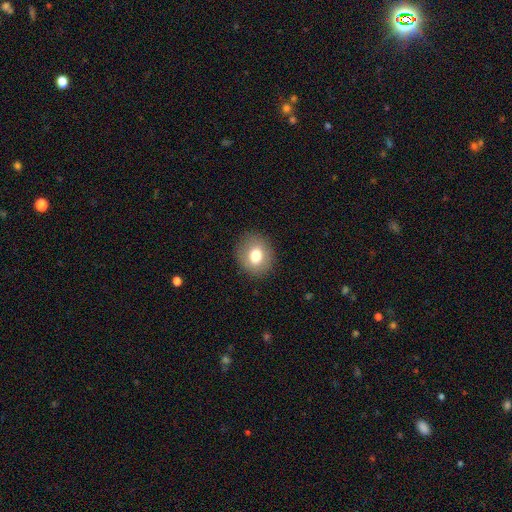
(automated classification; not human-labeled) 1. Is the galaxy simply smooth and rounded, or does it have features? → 76% smooth, 15% featured or disk, 9% star or artifact.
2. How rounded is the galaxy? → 68% round, 31% in between, 1% cigar-shaped.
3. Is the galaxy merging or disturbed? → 88% none, 8% minor disturbance, 3% major disturbance, 1% merger.